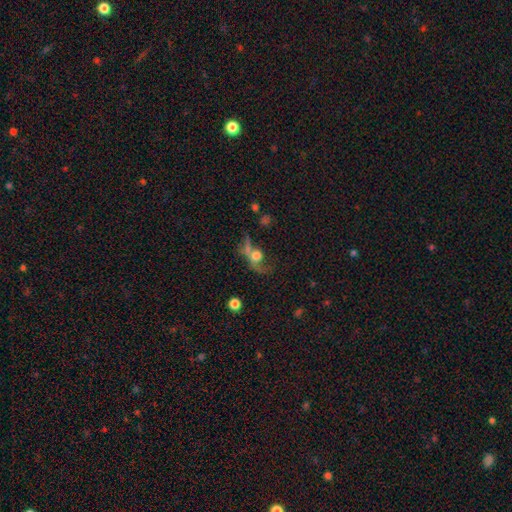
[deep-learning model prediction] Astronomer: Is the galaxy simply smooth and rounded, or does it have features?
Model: smooth — 47% (runner-up: featured or disk, 36%).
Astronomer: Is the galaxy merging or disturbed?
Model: merger — 30% (runner-up: major disturbance, 29%).